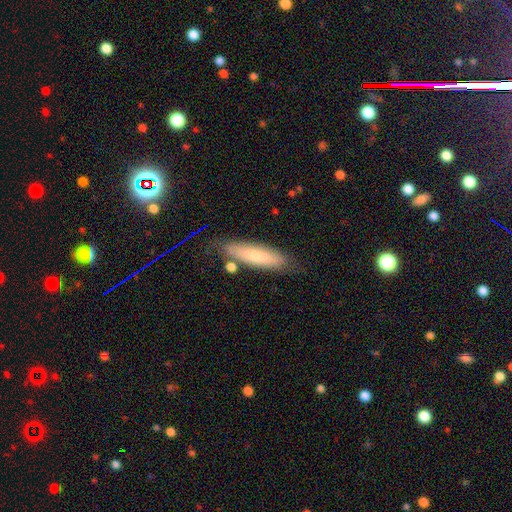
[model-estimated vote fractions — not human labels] Smooth or featured: smooth — 71% (featured or disk — 22%)
How rounded: cigar-shaped — 67% (in between — 31%)
Merging: none — 77% (minor disturbance — 15%)